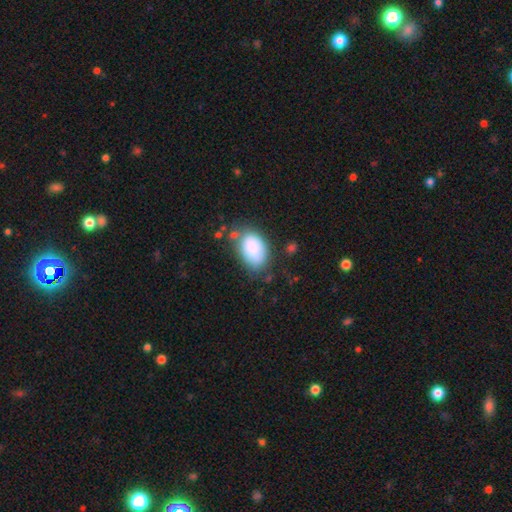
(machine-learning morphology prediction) smooth-or-featured: smooth: 84% | featured or disk: 9% | star or artifact: 7%
  how-rounded: in between: 89% | round: 10% | cigar-shaped: 1%
  merging: none: 60% | minor disturbance: 25% | major disturbance: 9% | merger: 6%